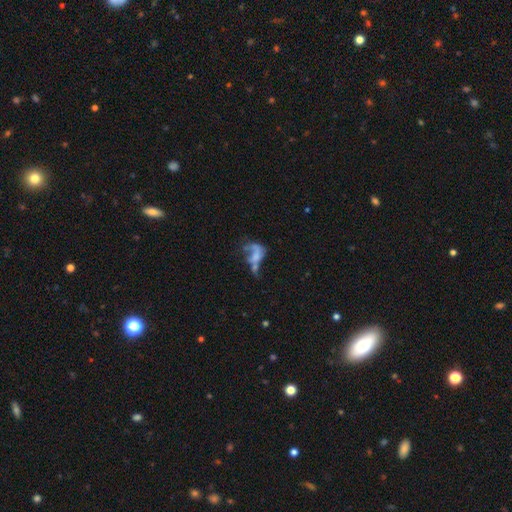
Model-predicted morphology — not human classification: Smooth or featured?
  - featured or disk: 50% *
  - smooth: 36%
  - star or artifact: 14%
Merging?
  - major disturbance: 40% *
  - merger: 30%
  - none: 18%
  - minor disturbance: 12%